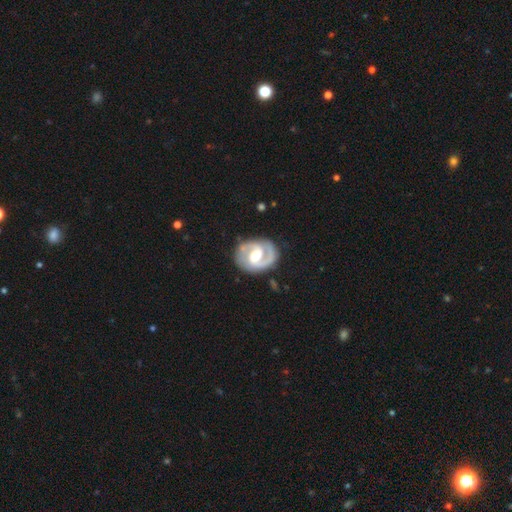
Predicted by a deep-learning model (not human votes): A featured or disk galaxy (91%) with a weak bar (50%), 2 (92%) medium (50%) spiral arms (97%) and a moderate central bulge (68%).

Vote fractions:
- Smooth or featured? featured or disk: 91% / smooth: 6% / star or artifact: 3%
- Edge-on disk? no: 98% / yes: 2%
- Bar? weak: 50% / strong: 26% / no: 24%
- Spiral arms? yes: 97% / no: 3%
- Spiral winding? medium: 50% / tight: 41% / loose: 9%
- Spiral arm count? 2: 92% / can't tell: 2% / 1: 2% / 3: 2% / 4: 1% / more than 4: 1%
- Bulge size? moderate: 68% / small: 16% / large: 13% / none: 2% / dominant: 1%
- Merging? none: 84% / minor disturbance: 11% / major disturbance: 4% / merger: 1%